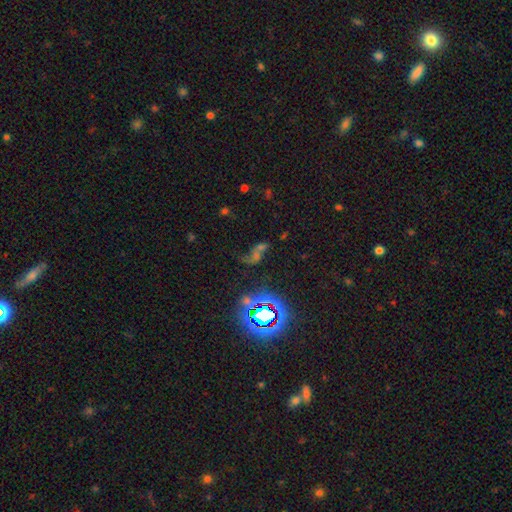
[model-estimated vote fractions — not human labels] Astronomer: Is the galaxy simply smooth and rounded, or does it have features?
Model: star or artifact — 51% (runner-up: smooth, 28%).